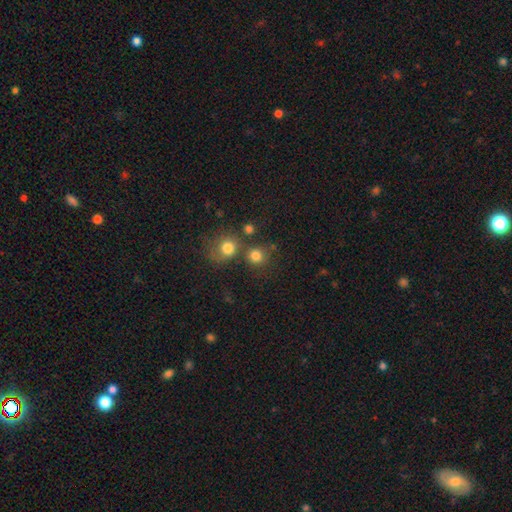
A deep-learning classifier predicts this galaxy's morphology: Smooth or featured? Predicted: smooth (p=0.80). How rounded? Predicted: round (p=0.90). Merging? Predicted: none (p=0.66).